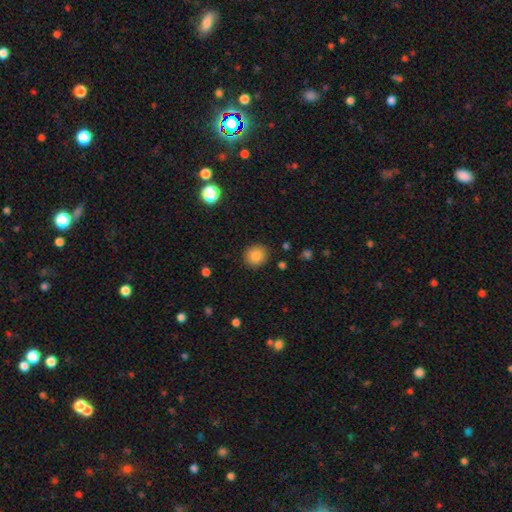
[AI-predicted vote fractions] Q: Smooth or featured?
A: smooth (84%); runner-up: star or artifact (10%)
Q: How rounded?
A: round (85%); runner-up: in between (14%)
Q: Merging?
A: none (89%); runner-up: minor disturbance (8%)